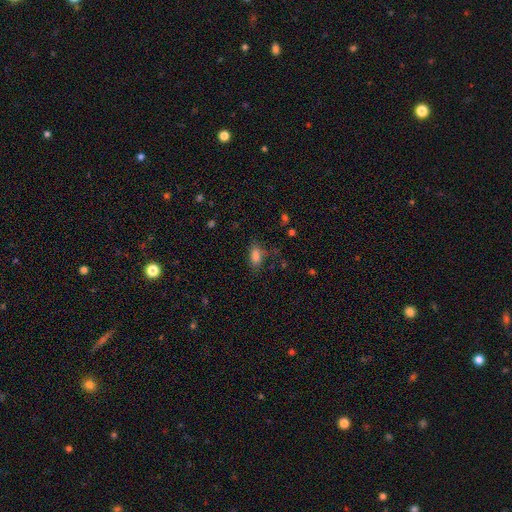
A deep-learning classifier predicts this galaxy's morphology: Smooth or featured? Predicted: smooth (p=0.81). How rounded? Predicted: in between (p=0.85). Merging? Predicted: none (p=0.64).